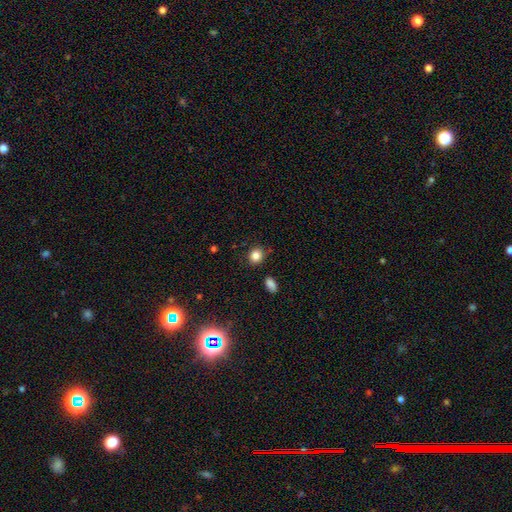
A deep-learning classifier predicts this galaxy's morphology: Smooth or featured? smooth (85%)
How rounded? round (80%)
Merging? none (85%)